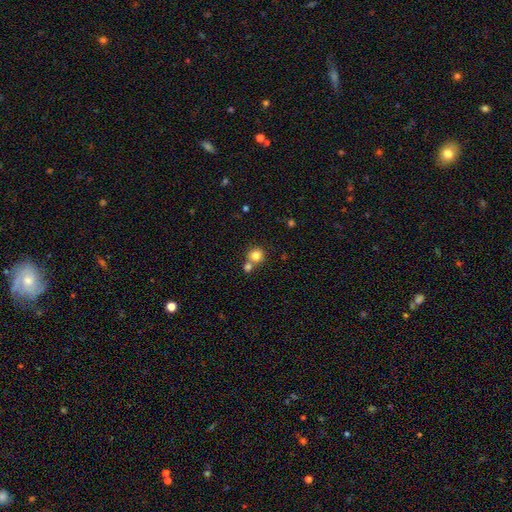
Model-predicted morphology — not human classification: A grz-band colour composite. It shows a smooth galaxy with no disk features (81%) that is round (91%). Merging: none (55%).